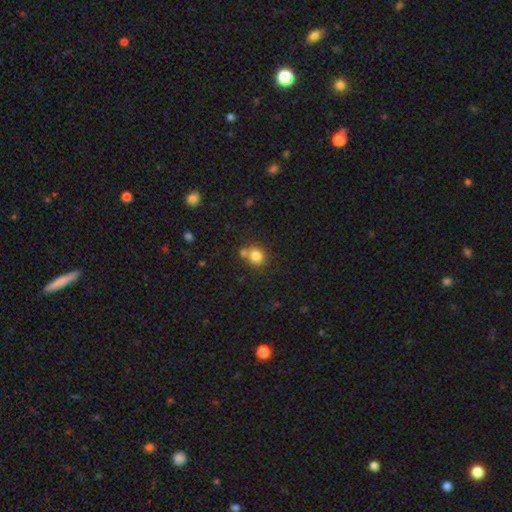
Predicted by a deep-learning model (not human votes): Smooth or featured?
  - smooth: 81% *
  - star or artifact: 11%
  - featured or disk: 8%
How rounded?
  - round: 79% *
  - in between: 20%
  - cigar-shaped: 1%
Merging?
  - none: 61% *
  - merger: 24%
  - minor disturbance: 11%
  - major disturbance: 3%